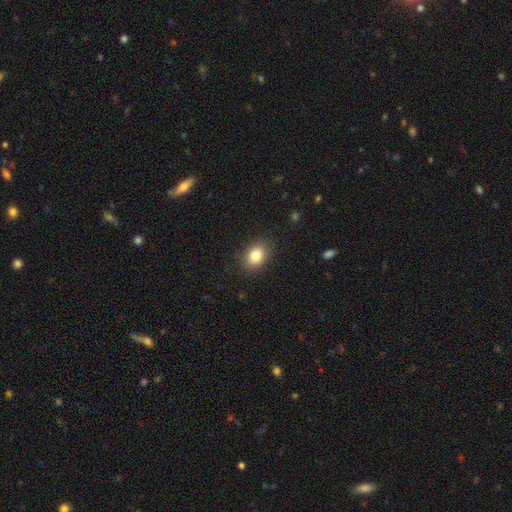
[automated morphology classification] Smooth or featured? smooth (84%)
How rounded? in between (66%)
Merging? none (87%)